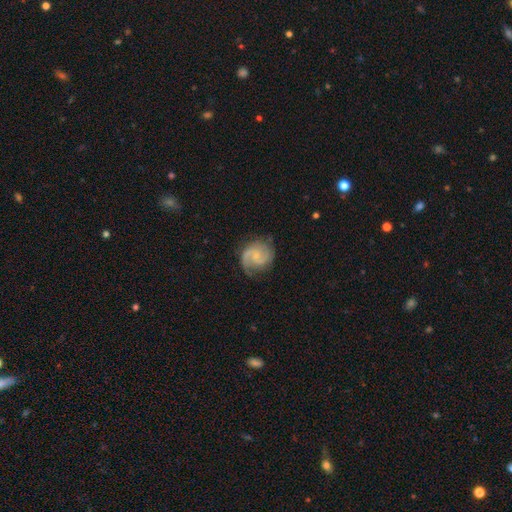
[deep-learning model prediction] smooth-or-featured: featured or disk: 83% | smooth: 11% | star or artifact: 5%
  disk-edge-on: no: 98% | yes: 2%
    bar: no: 55% | weak: 39% | strong: 6%
    has-spiral-arms: yes: 97% | no: 3%
      spiral-winding: medium: 50% | tight: 31% | loose: 19%
      spiral-arm-count: 2: 82% | 1: 7% | can't tell: 5% | 3: 3% | 4: 1% | more than 4: 1%
    bulge-size: small: 61% | none: 19% | moderate: 18% | large: 1% | dominant: 1%
  merging: none: 73% | minor disturbance: 18% | major disturbance: 7% | merger: 1%